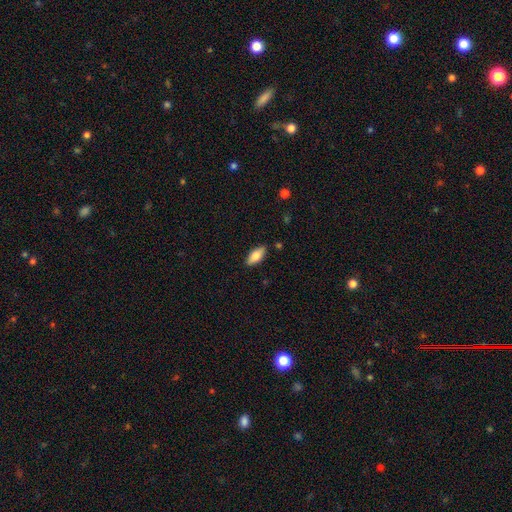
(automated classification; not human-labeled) Smooth or featured? Predicted: smooth (p=0.76). How rounded? Predicted: in between (p=0.84). Merging? Predicted: none (p=0.85).